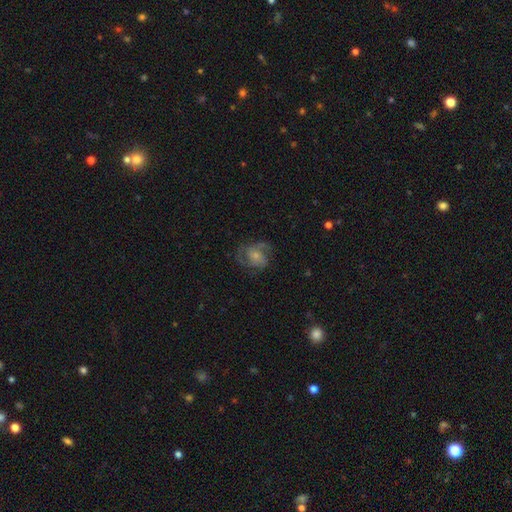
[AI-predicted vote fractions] Smooth or featured? Predicted: featured or disk (p=0.73). Edge-on disk? Predicted: no (p=0.98). Bar? Predicted: no (p=0.70). Spiral arms? Predicted: yes (p=0.92). Spiral winding? Predicted: medium (p=0.52). Spiral arm count? Predicted: 2 (p=0.58). Bulge size? Predicted: small (p=0.62). Merging? Predicted: none (p=0.62).